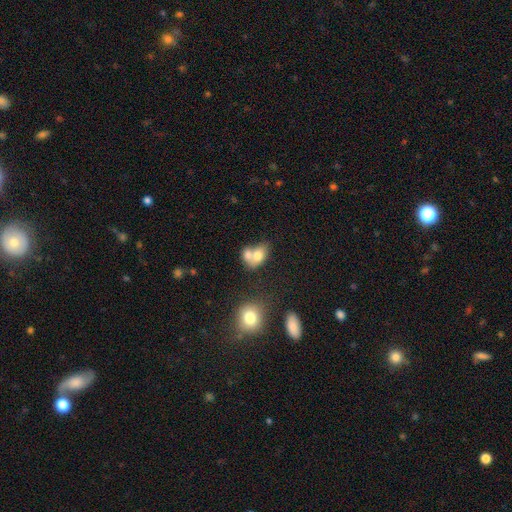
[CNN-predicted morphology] type=smooth (73%); roundness=in between (68%); merging=merger (65%).